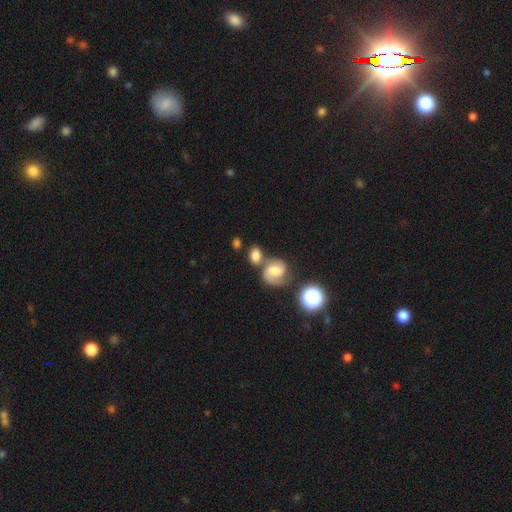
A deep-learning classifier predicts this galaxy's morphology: The model was most divided on "how rounded": in between: 53%, round: 44%, cigar-shaped: 3%. Remaining: smooth or featured — smooth (59%); merging — none (47%).